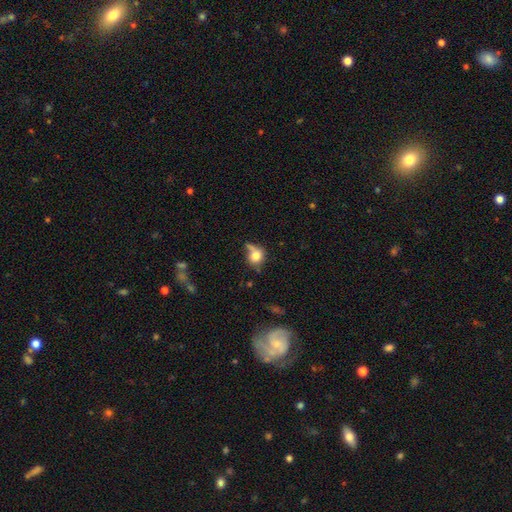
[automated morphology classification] Smooth or featured?
  - smooth: 73% *
  - featured or disk: 16%
  - star or artifact: 11%
How rounded?
  - round: 70% *
  - in between: 28%
  - cigar-shaped: 2%
Merging?
  - none: 44% *
  - minor disturbance: 25%
  - merger: 16%
  - major disturbance: 15%